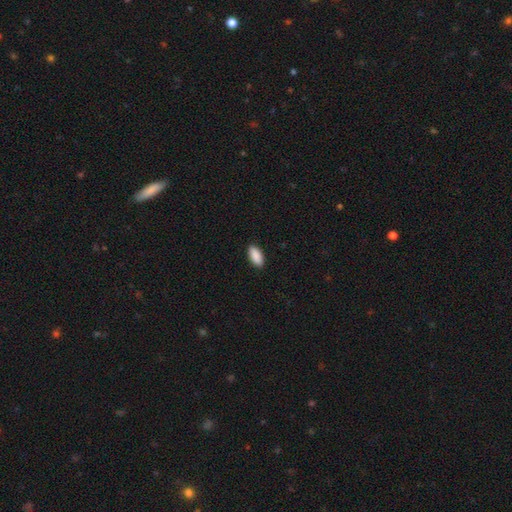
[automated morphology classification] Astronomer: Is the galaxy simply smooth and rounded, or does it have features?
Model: smooth — 91%.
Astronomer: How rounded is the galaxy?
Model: in between — 91%.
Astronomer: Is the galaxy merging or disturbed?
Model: none — 90%.